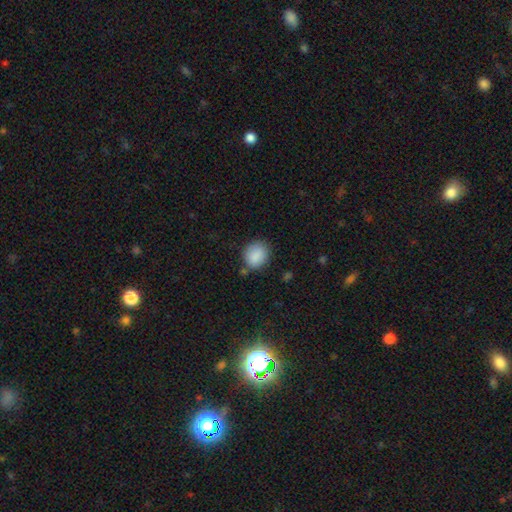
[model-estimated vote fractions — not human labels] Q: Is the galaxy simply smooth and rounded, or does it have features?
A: smooth — 88%.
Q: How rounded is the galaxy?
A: round — 70%.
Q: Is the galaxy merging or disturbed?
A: none — 73%.